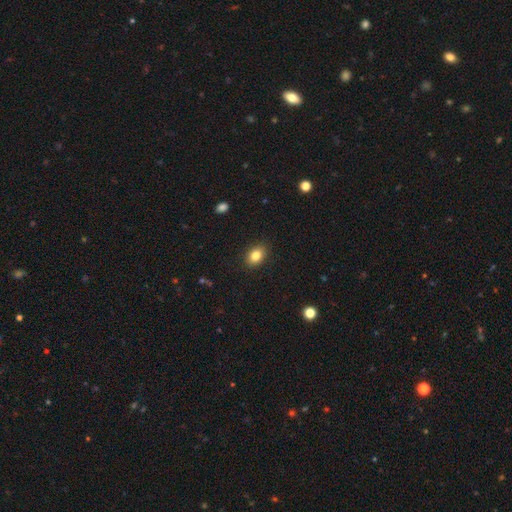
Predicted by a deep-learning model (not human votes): This is clearly a smooth galaxy (83%). How rounded: likely in between (74%). Merging: clearly none (88%).